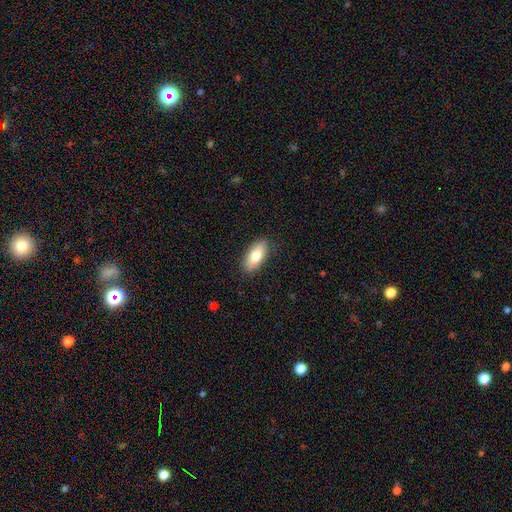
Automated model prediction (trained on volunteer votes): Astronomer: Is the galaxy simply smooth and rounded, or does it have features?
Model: smooth — 74%.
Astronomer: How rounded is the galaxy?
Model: in between — 85%.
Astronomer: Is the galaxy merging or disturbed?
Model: none — 86%.